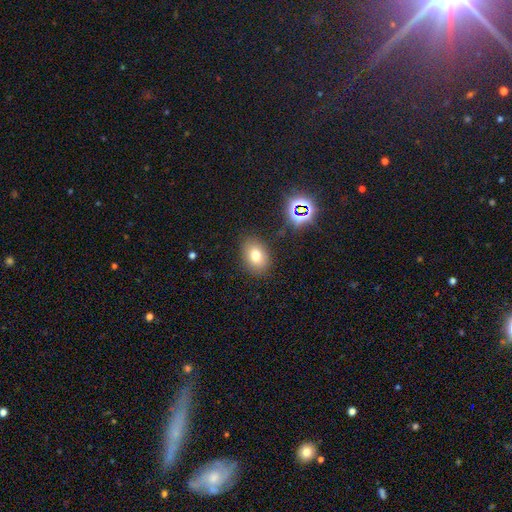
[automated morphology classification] A smooth galaxy with no disk features (74%) that is in between round and cigar-shaped (76%).

Vote fractions:
- Smooth or featured? smooth: 74% / star or artifact: 14% / featured or disk: 11%
- How rounded? in between: 76% / round: 23% / cigar-shaped: 1%
- Merging? none: 84% / minor disturbance: 10% / major disturbance: 3% / merger: 2%